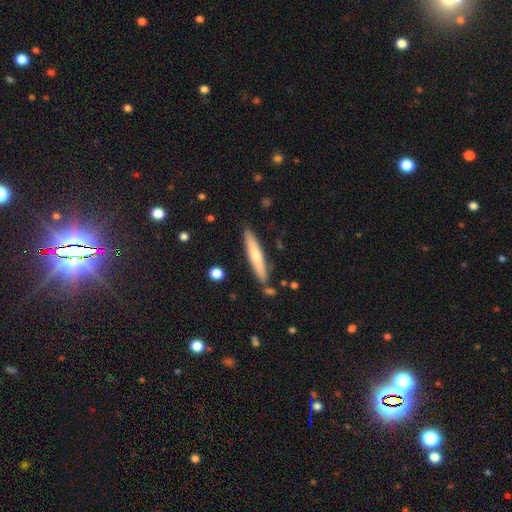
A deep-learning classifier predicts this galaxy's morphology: Overall: smooth (60%; featured or disk 35%). How rounded: cigar-shaped (91%). Merging: none (85%).